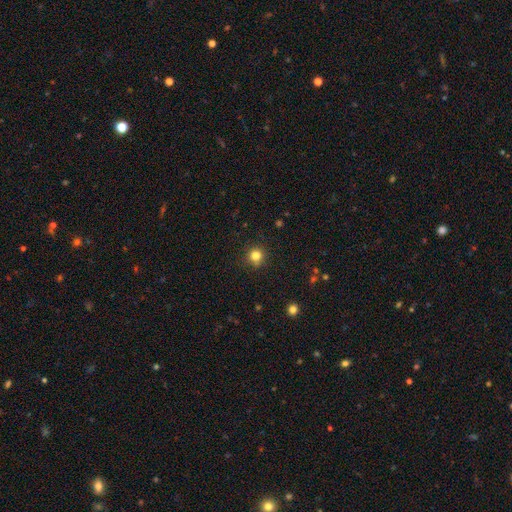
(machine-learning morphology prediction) This is clearly a smooth galaxy (81%). How rounded: clearly round (91%). Merging: clearly none (85%).